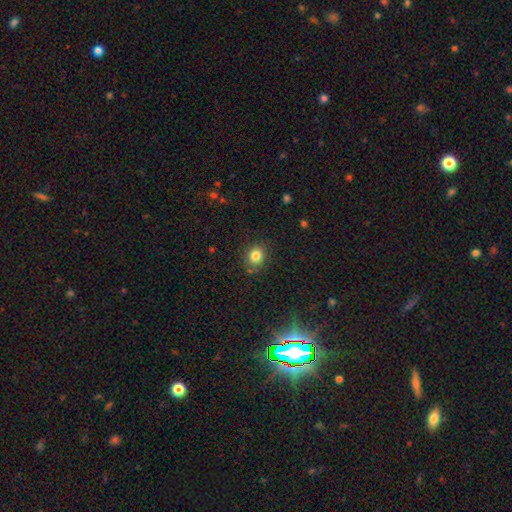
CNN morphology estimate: Smooth or featured? smooth (82%)
How rounded? round (72%)
Merging? none (84%)